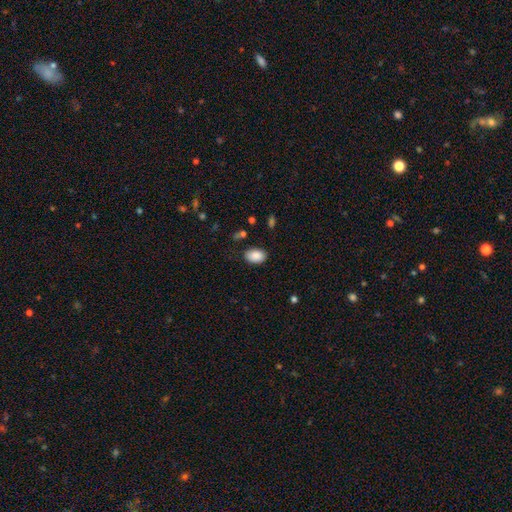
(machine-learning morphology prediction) A smooth galaxy with no disk features (88%) that is in between round and cigar-shaped (87%).

Vote fractions:
- Smooth or featured? smooth: 88% / star or artifact: 7% / featured or disk: 5%
- How rounded? in between: 87% / round: 12% / cigar-shaped: 1%
- Merging? none: 82% / minor disturbance: 13% / major disturbance: 3% / merger: 2%